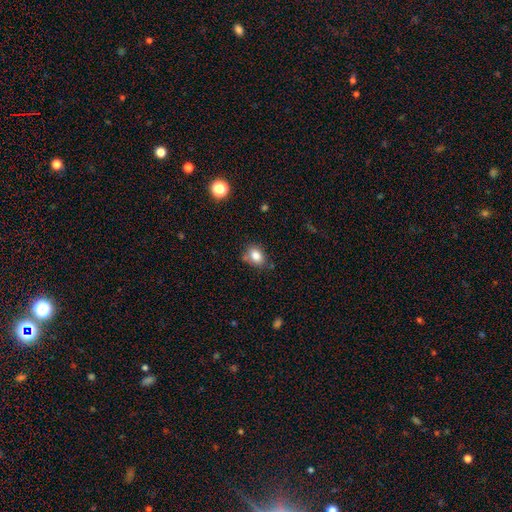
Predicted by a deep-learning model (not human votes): smooth_or_featured: smooth (p=0.84) [alt: star or artifact p=0.10]
how_rounded: in between (p=0.63) [alt: round p=0.36]
merging: none (p=0.69) [alt: minor disturbance p=0.19]